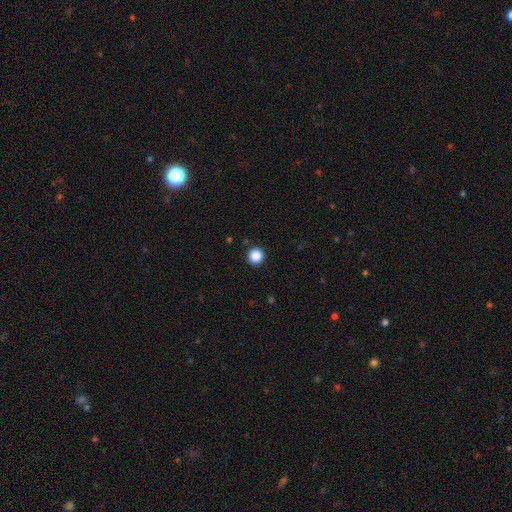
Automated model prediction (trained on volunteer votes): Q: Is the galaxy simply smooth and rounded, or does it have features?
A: smooth — 87%.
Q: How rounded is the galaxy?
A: round — 95%.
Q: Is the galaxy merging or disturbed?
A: none — 93%.